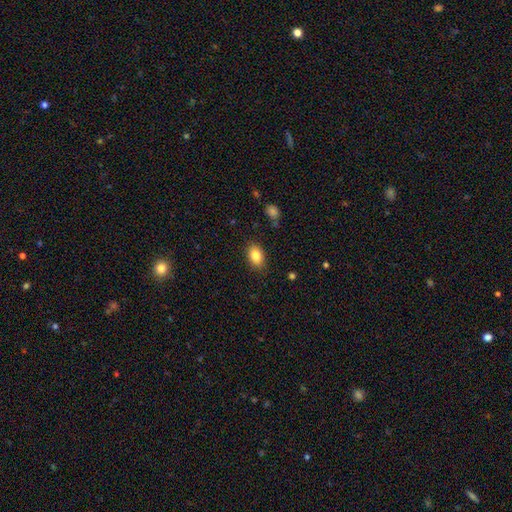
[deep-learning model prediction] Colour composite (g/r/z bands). It shows a smooth galaxy with no disk features (85%) that is in between round and cigar-shaped (85%). Merging: none (86%).